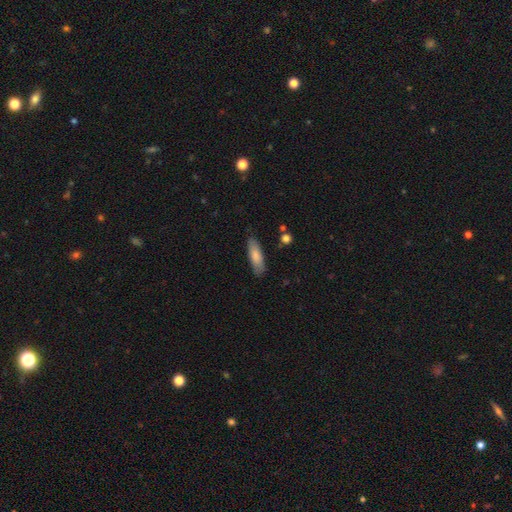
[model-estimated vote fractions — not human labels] Q: Smooth or featured?
A: smooth (79%); runner-up: featured or disk (15%)
Q: How rounded?
A: in between (52%); runner-up: cigar-shaped (46%)
Q: Merging?
A: none (82%); runner-up: minor disturbance (13%)